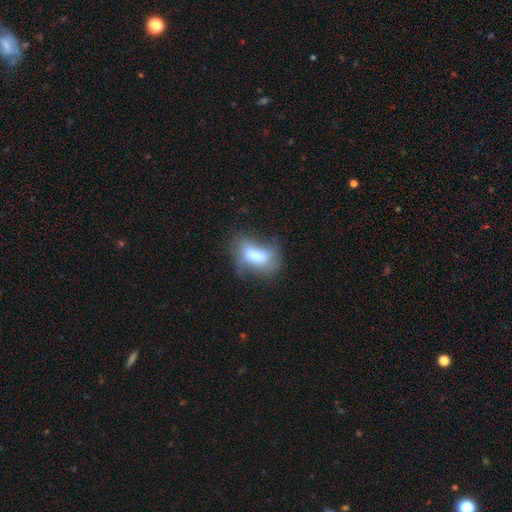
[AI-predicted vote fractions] Smooth or featured? smooth (66%)
How rounded? in between (82%)
Merging? none (40%)